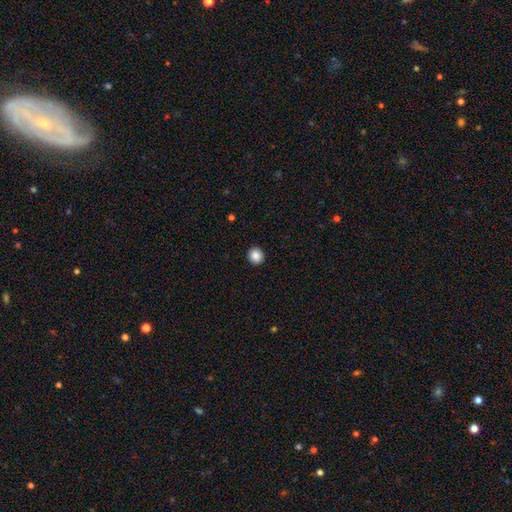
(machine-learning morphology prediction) Smooth or featured? Predicted: smooth (p=0.87). How rounded? Predicted: round (p=0.87). Merging? Predicted: none (p=0.93).